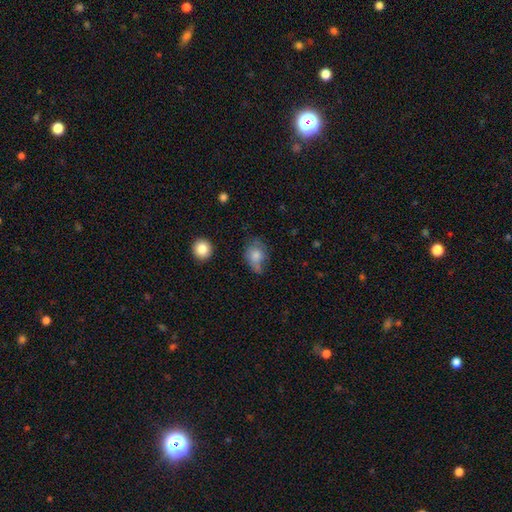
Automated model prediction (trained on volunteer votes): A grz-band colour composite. It shows a smooth galaxy with no disk features (75%) that is in between round and cigar-shaped (55%). Merging: none (41%).